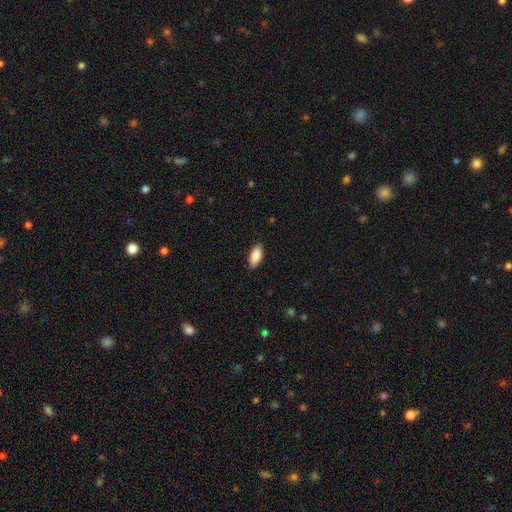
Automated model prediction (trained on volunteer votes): Smooth or featured? Predicted: smooth (p=0.88). How rounded? Predicted: in between (p=0.88). Merging? Predicted: none (p=0.88).